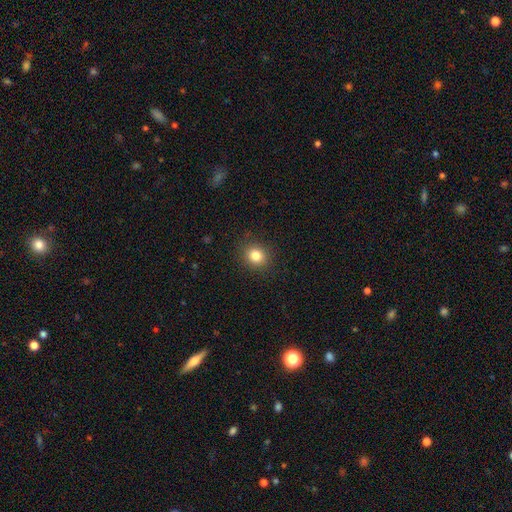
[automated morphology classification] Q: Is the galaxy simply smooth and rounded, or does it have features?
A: smooth — 82%.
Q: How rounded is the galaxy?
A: round — 79%.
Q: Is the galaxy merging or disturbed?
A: none — 89%.